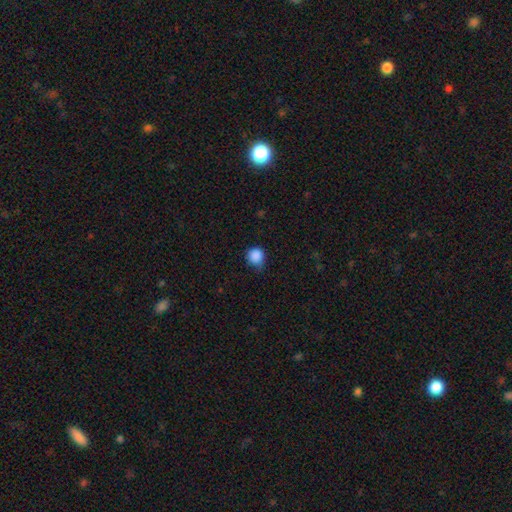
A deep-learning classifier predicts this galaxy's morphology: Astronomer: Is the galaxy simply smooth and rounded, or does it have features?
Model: smooth — 87%.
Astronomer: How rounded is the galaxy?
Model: round — 89%.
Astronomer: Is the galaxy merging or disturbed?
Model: none — 61%.